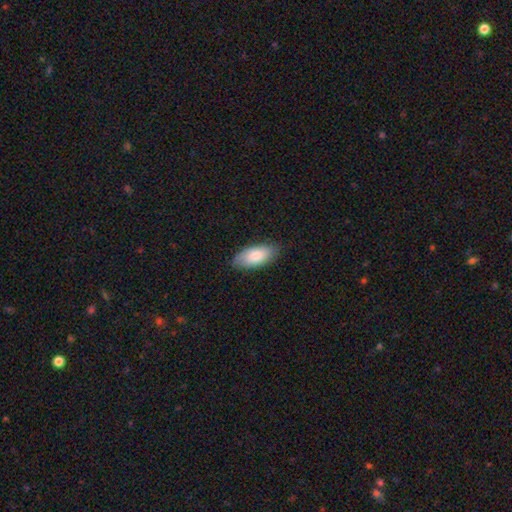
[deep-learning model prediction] Smooth or featured?
  - smooth: 82% *
  - featured or disk: 13%
  - star or artifact: 6%
How rounded?
  - in between: 90% *
  - cigar-shaped: 8%
  - round: 2%
Merging?
  - none: 82% *
  - minor disturbance: 14%
  - major disturbance: 3%
  - merger: 1%